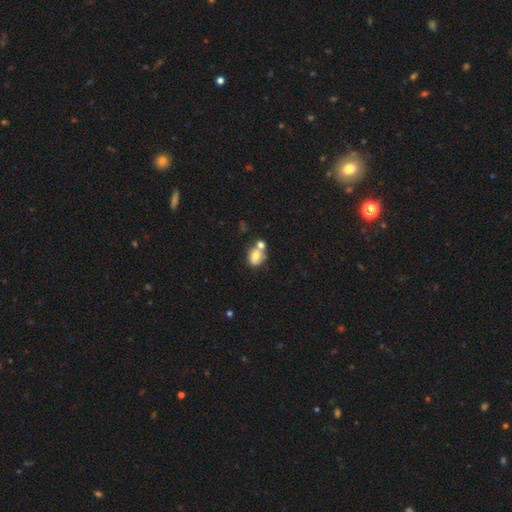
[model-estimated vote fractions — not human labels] smooth_or_featured: smooth (p=0.67) [alt: featured or disk p=0.24]
how_rounded: in between (p=0.56) [alt: round p=0.42]
merging: merger (p=0.45) [alt: none p=0.35]